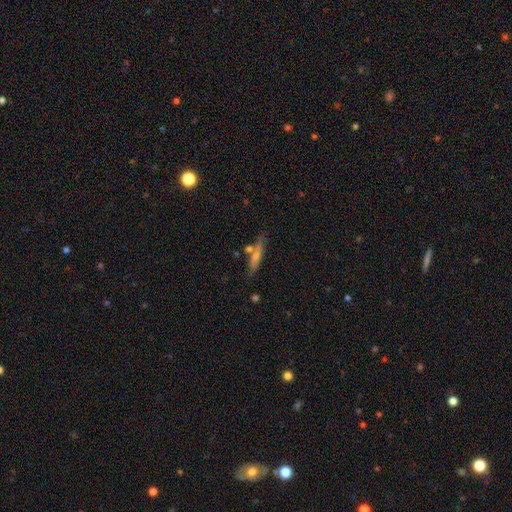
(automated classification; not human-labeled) featured or disk 46%, smooth 45%, star or artifact 9%. Down the decision tree: merging — none (75%).